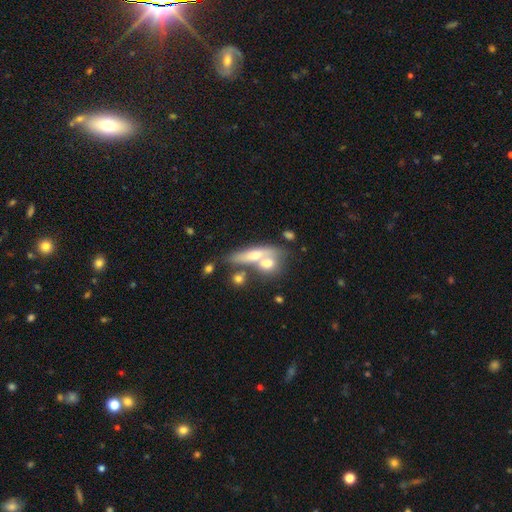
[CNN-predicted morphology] Smooth or featured?
  - smooth: 49% *
  - featured or disk: 41%
  - star or artifact: 10%
Merging?
  - merger: 43% *
  - none: 37%
  - minor disturbance: 12%
  - major disturbance: 8%